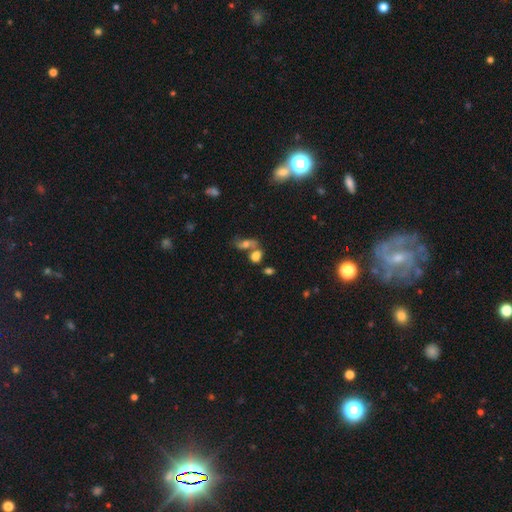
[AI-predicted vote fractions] Overall: smooth (70%). How rounded: in between (76%). Merging: merger (46%; none 37%).